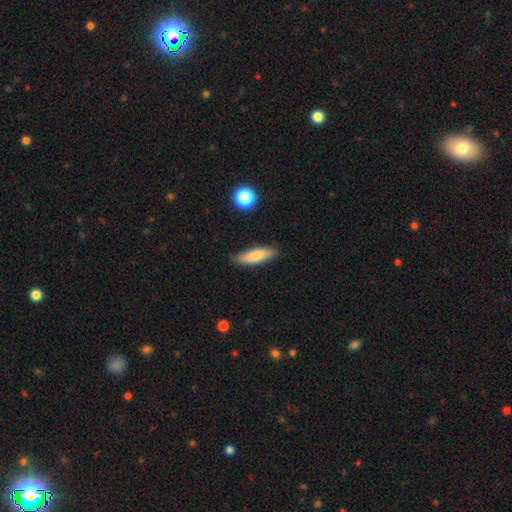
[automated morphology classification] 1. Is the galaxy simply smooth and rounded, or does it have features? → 79% smooth, 15% featured or disk, 6% star or artifact.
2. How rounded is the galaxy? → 62% cigar-shaped, 36% in between, 2% round.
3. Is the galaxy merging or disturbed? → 86% none, 11% minor disturbance, 2% major disturbance, 2% merger.